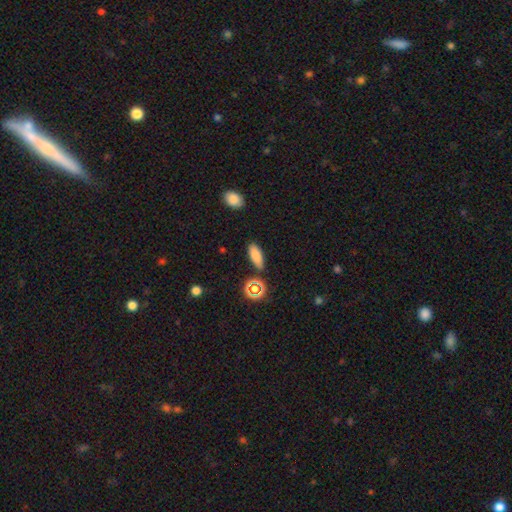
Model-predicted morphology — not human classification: smooth_or_featured: smooth (p=0.80) [alt: star or artifact p=0.11]
how_rounded: in between (p=0.69) [alt: cigar-shaped p=0.27]
merging: none (p=0.82) [alt: minor disturbance p=0.12]